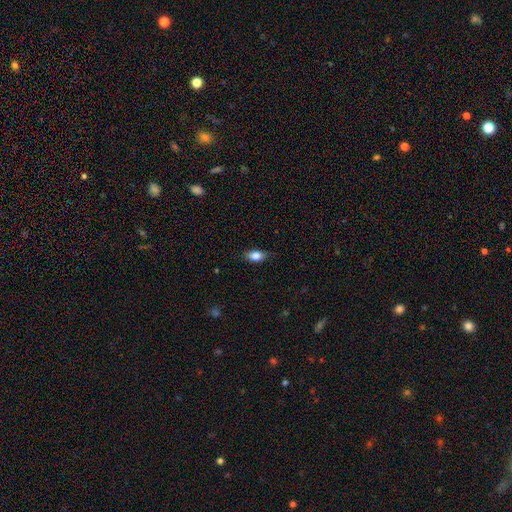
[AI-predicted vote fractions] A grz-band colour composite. It shows a smooth galaxy with no disk features (81%) that is in between round and cigar-shaped (83%). Merging: none (79%).